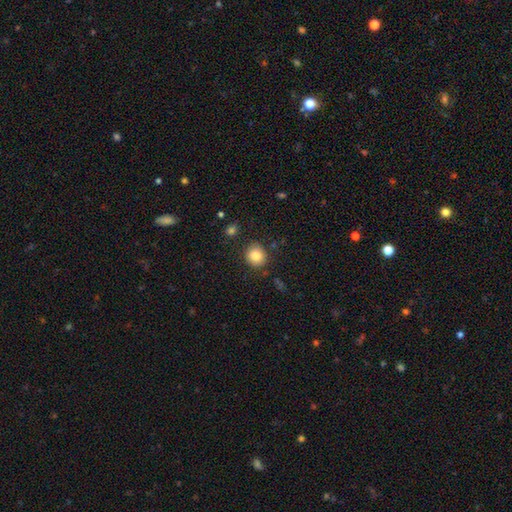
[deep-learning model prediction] smooth-or-featured: smooth: 83% | star or artifact: 9% | featured or disk: 7%
  how-rounded: round: 82% | in between: 17% | cigar-shaped: 1%
  merging: none: 87% | minor disturbance: 9% | major disturbance: 3% | merger: 2%